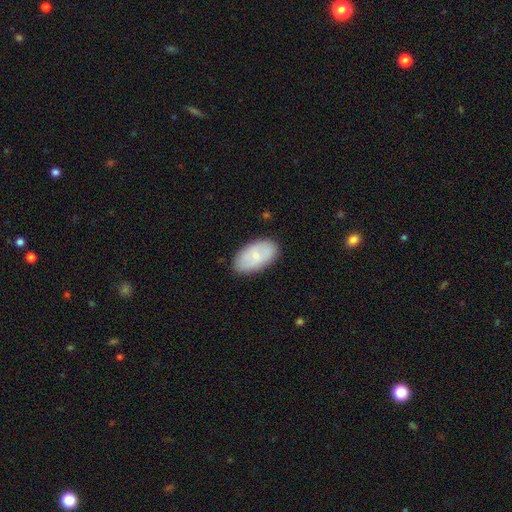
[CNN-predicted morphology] This appears to be a smooth galaxy with no disk features (74%) that is in between round and cigar-shaped (95%). Merging: none (84%).